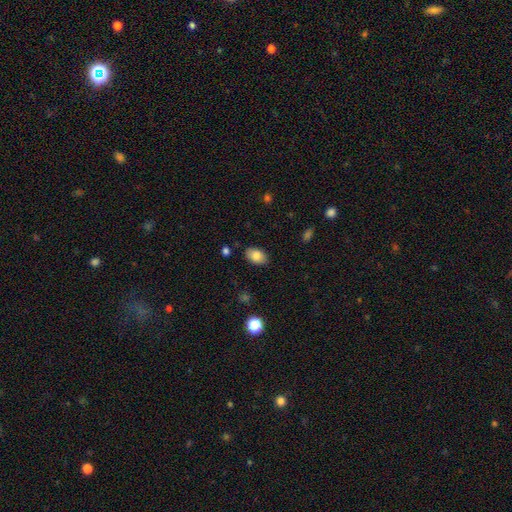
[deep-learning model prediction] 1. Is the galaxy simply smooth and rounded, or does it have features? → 82% smooth, 11% featured or disk, 8% star or artifact.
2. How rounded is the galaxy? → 90% in between, 9% round, 1% cigar-shaped.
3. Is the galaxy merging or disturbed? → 86% none, 10% minor disturbance, 2% major disturbance, 1% merger.